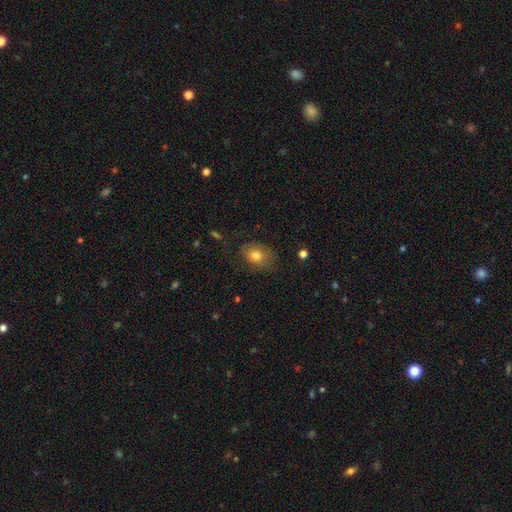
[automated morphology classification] smooth-or-featured: smooth: 71% | featured or disk: 20% | star or artifact: 9%
  how-rounded: in between: 72% | round: 27% | cigar-shaped: 1%
  merging: none: 70% | minor disturbance: 21% | major disturbance: 8% | merger: 1%